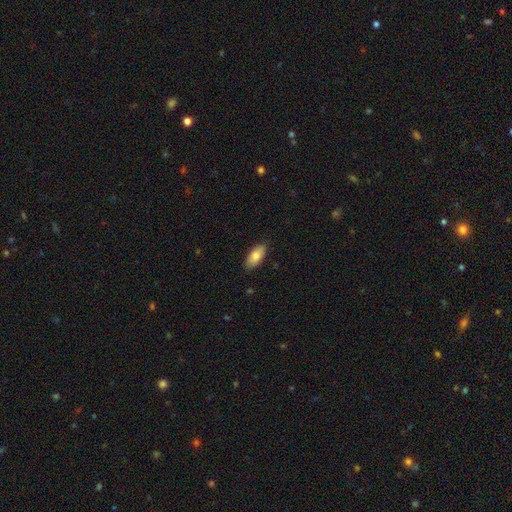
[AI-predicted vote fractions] A smooth galaxy with no disk features (80%) that is in between round and cigar-shaped (89%). Merging: none (87%).